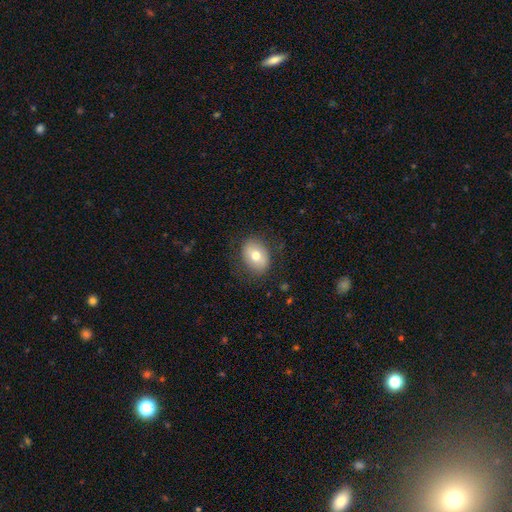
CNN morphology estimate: The model was most divided on "how rounded": in between: 67%, round: 32%, cigar-shaped: 1%. More confident: merging — none (80%); smooth or featured — smooth (72%).